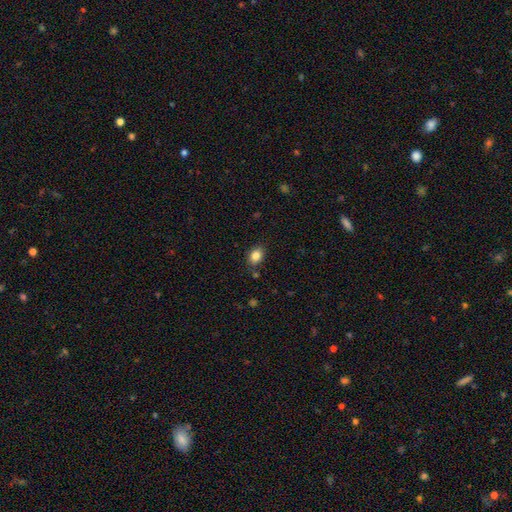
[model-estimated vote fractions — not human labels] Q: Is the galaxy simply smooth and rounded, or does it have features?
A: smooth — 84%.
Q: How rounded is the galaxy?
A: in between — 69%.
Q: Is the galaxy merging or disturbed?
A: none — 81%.